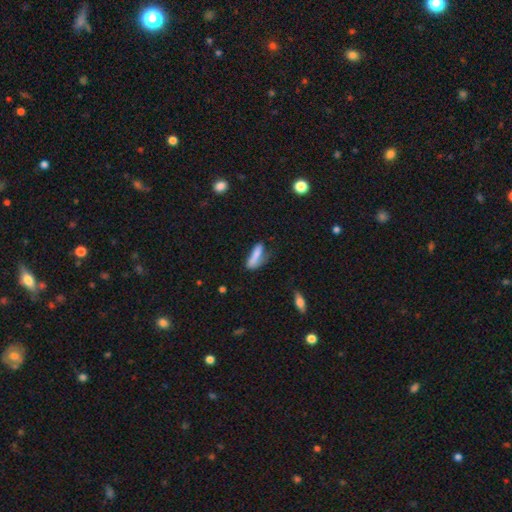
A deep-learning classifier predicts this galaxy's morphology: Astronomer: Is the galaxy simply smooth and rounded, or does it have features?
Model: smooth — 77%.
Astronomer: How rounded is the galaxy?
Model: cigar-shaped — 62%.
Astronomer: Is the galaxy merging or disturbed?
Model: none — 42% (runner-up: minor disturbance, 34%).